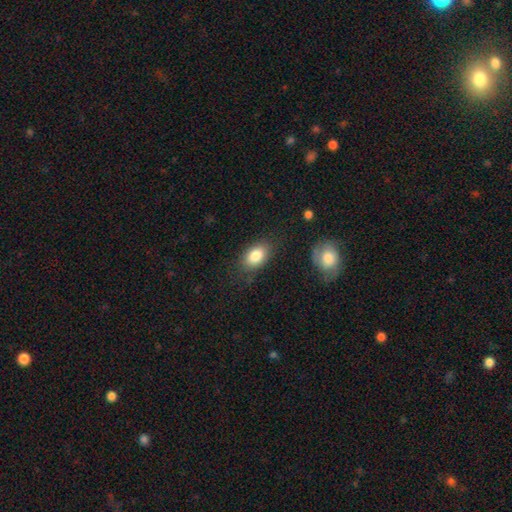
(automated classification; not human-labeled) Smooth or featured?
  - smooth: 84% *
  - featured or disk: 9%
  - star or artifact: 7%
How rounded?
  - in between: 88% *
  - round: 10%
  - cigar-shaped: 2%
Merging?
  - none: 78% *
  - minor disturbance: 15%
  - major disturbance: 5%
  - merger: 2%